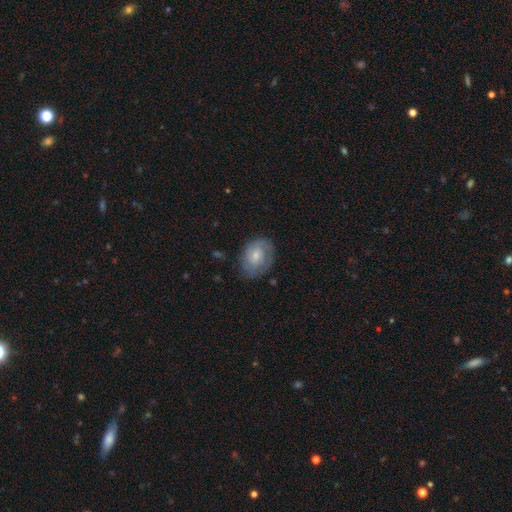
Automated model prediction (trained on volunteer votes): Smooth or featured: featured or disk — 54% (smooth — 39%)
Edge-on disk: no — 97% (yes — 3%)
Bar: no — 67% (weak — 29%)
Spiral arms: yes — 82% (no — 18%)
Bulge size: small — 51% (moderate — 39%)
Merging: none — 72% (minor disturbance — 20%)